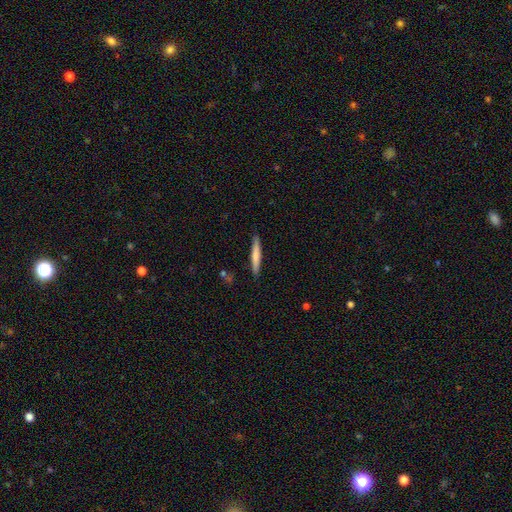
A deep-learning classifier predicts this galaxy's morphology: smooth 69%, featured or disk 26%, star or artifact 5%. Down the decision tree: how rounded — cigar-shaped (95%); merging — none (90%).